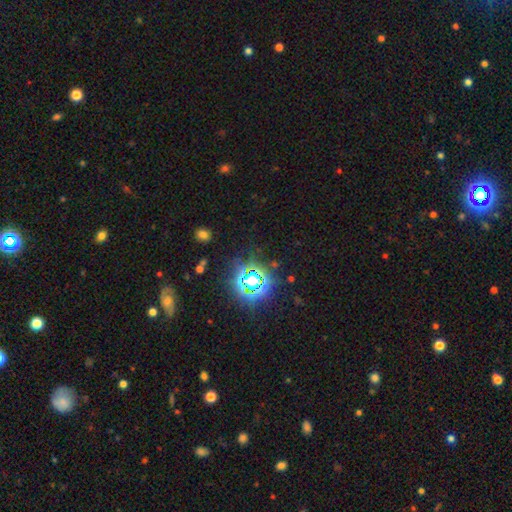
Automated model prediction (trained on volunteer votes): Smooth or featured? star or artifact (79%)